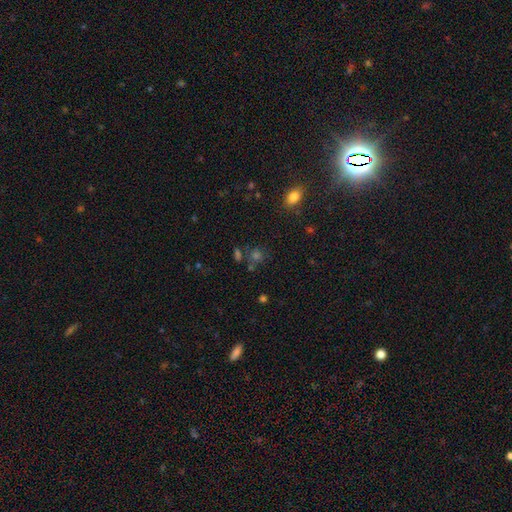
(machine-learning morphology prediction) smooth_or_featured: smooth (p=0.48) [alt: star or artifact p=0.42]
merging: none (p=0.68) [alt: merger p=0.16]